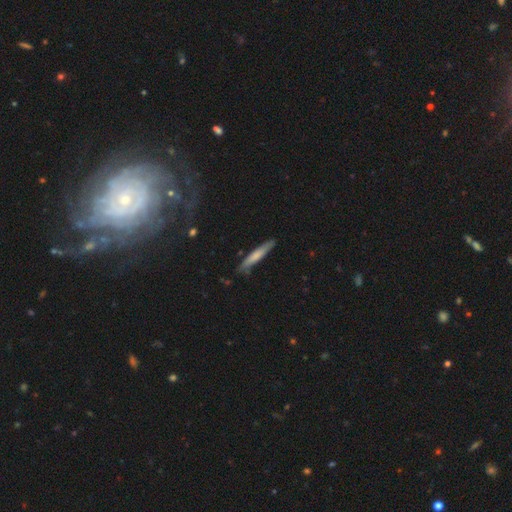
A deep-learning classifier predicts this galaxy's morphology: Smooth or featured?
  - smooth: 65% *
  - featured or disk: 30%
  - star or artifact: 5%
How rounded?
  - cigar-shaped: 93% *
  - in between: 5%
  - round: 1%
Merging?
  - none: 81% *
  - minor disturbance: 14%
  - major disturbance: 2%
  - merger: 2%